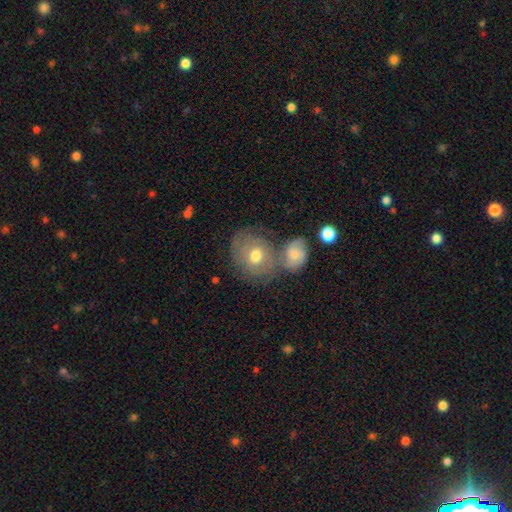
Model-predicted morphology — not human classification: This is possibly a smooth galaxy (55%). How rounded: likely round (73%). Merging: marginally none (40%).